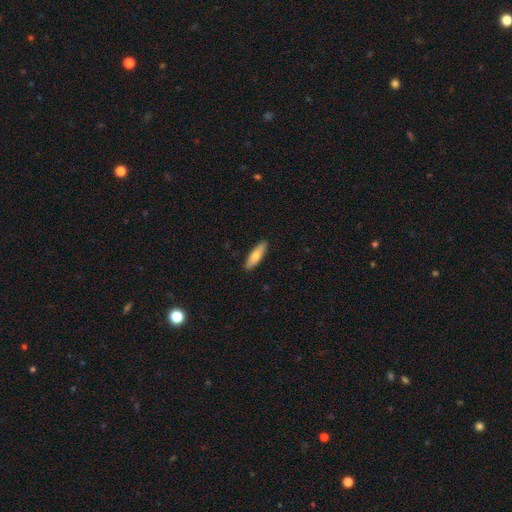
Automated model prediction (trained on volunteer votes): smooth_or_featured: smooth (p=0.73) [alt: featured or disk p=0.21]
how_rounded: cigar-shaped (p=0.54) [alt: in between p=0.44]
merging: none (p=0.90) [alt: minor disturbance p=0.07]